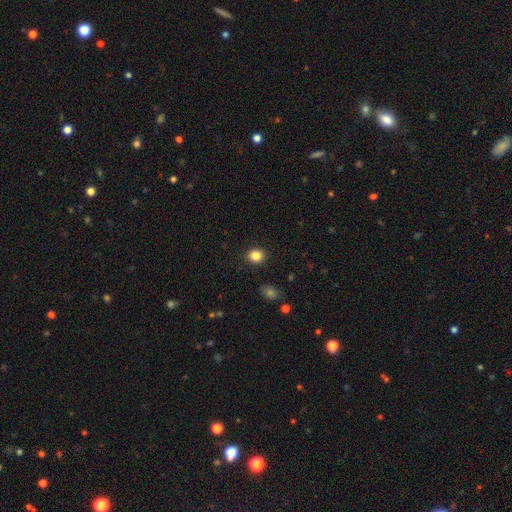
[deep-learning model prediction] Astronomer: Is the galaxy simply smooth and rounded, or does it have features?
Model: smooth — 85%.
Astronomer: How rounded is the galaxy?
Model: round — 77%.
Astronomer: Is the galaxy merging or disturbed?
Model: none — 90%.